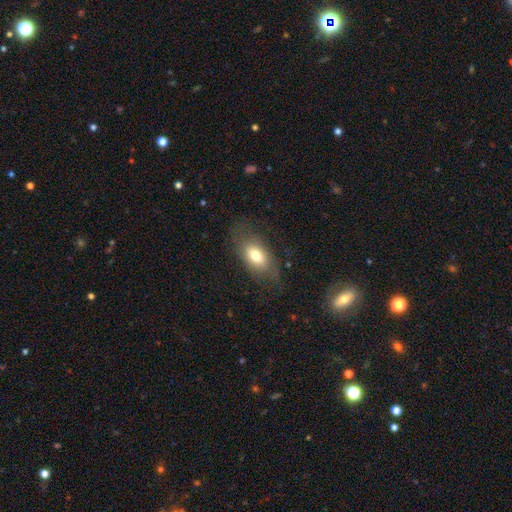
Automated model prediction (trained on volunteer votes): This appears to be a smooth galaxy with no disk features (70%) that is in between round and cigar-shaped (87%). Merging: none (68%).